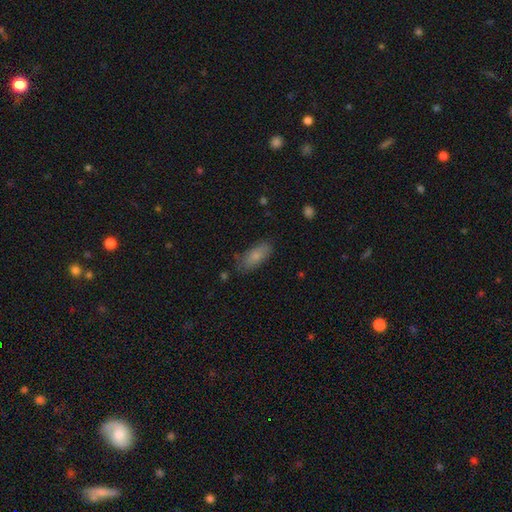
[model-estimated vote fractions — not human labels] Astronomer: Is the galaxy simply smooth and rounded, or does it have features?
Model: smooth — 80%.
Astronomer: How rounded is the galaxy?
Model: in between — 81%.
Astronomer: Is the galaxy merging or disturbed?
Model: none — 74%.